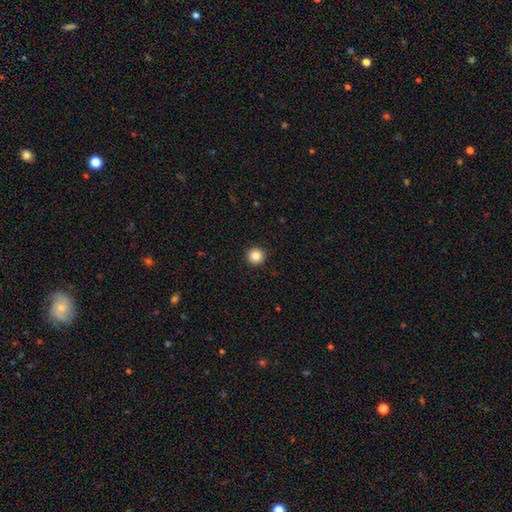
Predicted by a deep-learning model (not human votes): This appears to be a smooth galaxy with no disk features (85%) that is round (96%). Merging: none (93%).